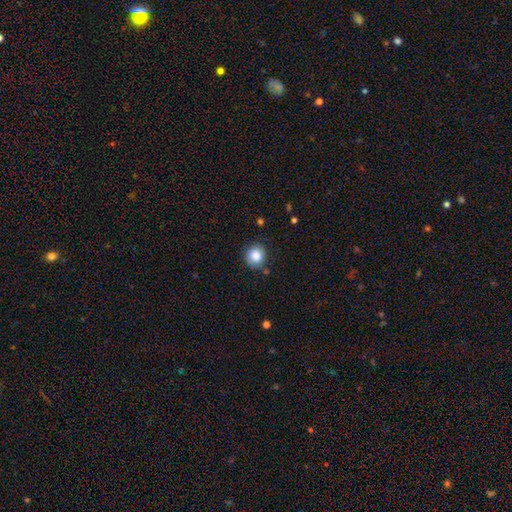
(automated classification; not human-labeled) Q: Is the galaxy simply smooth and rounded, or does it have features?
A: smooth — 86%.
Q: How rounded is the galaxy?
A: round — 87%.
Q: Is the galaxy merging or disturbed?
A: none — 81%.